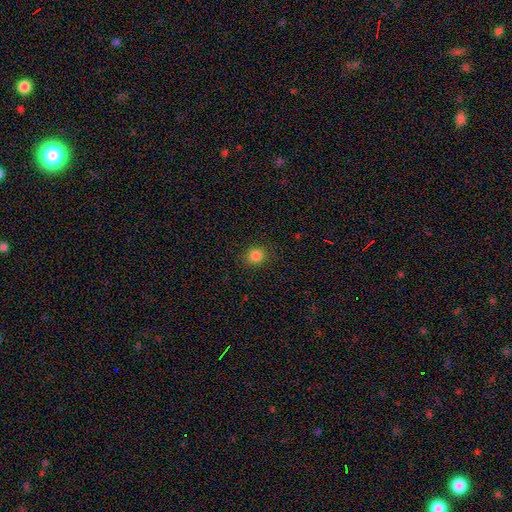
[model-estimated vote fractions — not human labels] Smooth or featured?
  - smooth: 84% *
  - star or artifact: 11%
  - featured or disk: 4%
How rounded?
  - round: 78% *
  - in between: 21%
  - cigar-shaped: 1%
Merging?
  - none: 89% *
  - minor disturbance: 8%
  - major disturbance: 3%
  - merger: 1%